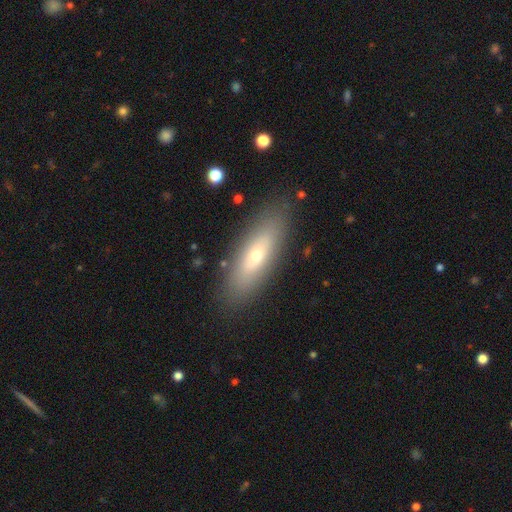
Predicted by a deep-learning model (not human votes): Overall: smooth (58%; featured or disk 34%). How rounded: in between (55%; cigar-shaped 42%). Merging: none (86%).